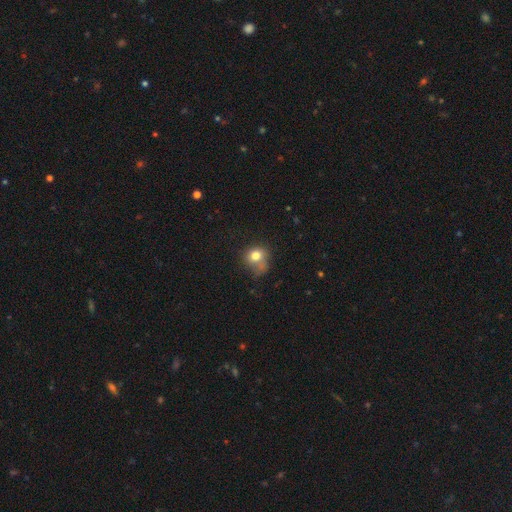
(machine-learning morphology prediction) A smooth galaxy with no disk features (77%) that is round (70%).

Vote fractions:
- Smooth or featured? smooth: 77% / featured or disk: 12% / star or artifact: 11%
- How rounded? round: 70% / in between: 29% / cigar-shaped: 1%
- Merging? none: 43% / minor disturbance: 28% / major disturbance: 20% / merger: 9%